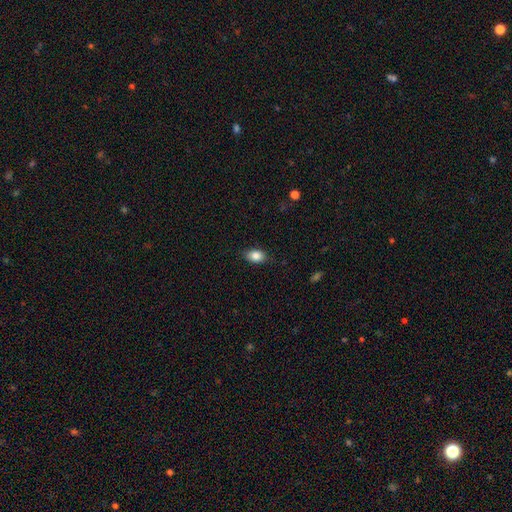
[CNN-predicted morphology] A smooth galaxy with no disk features (86%) that is in between round and cigar-shaped (82%). Merging: none (83%).